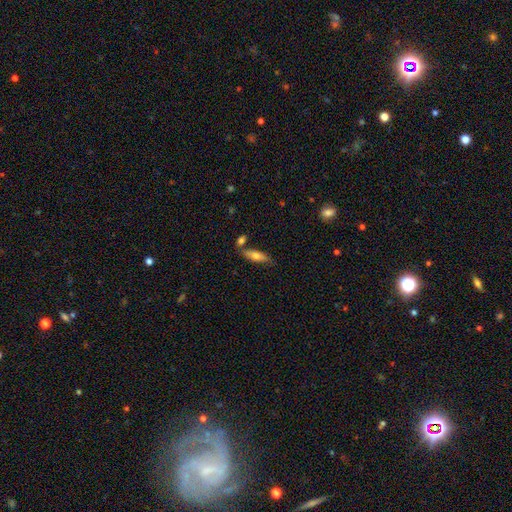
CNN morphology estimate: Smooth or featured? smooth (66%)
How rounded? in between (53%)
Merging? none (67%)